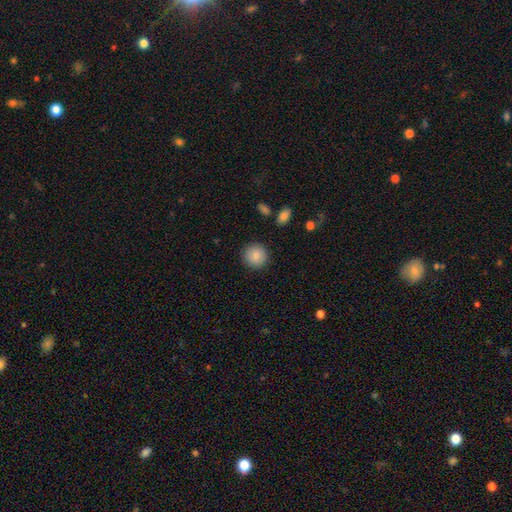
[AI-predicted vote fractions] Overall: smooth (87%). How rounded: round (93%). Merging: none (91%).